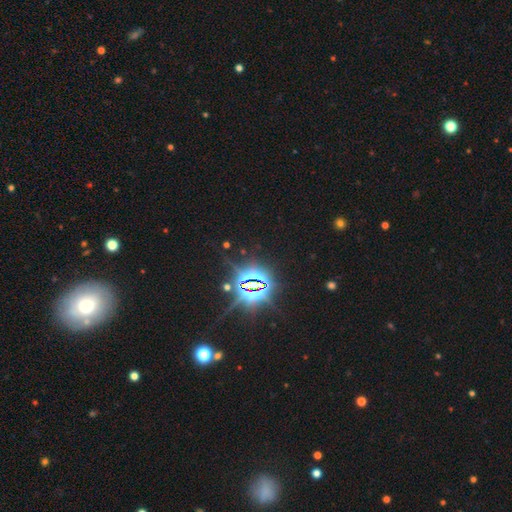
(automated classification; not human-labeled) Smooth or featured? Predicted: star or artifact (p=0.77).